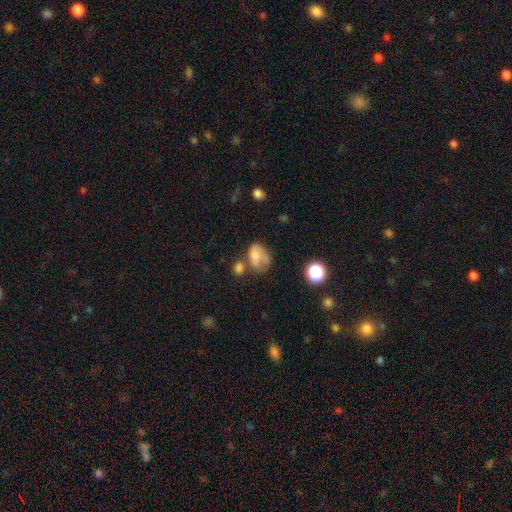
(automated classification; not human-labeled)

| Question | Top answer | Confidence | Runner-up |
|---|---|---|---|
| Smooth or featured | smooth | 63% | featured or disk (26%) |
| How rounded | in between | 71% | round (27%) |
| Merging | none | 27% | major disturbance (26%) |